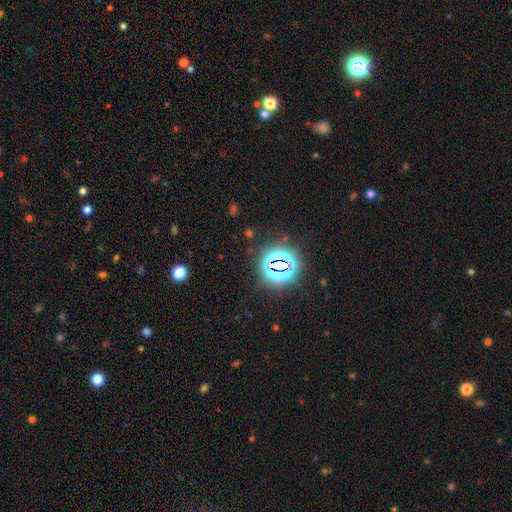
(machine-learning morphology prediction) This is clearly a star or artifact rather than a galaxy (82%).